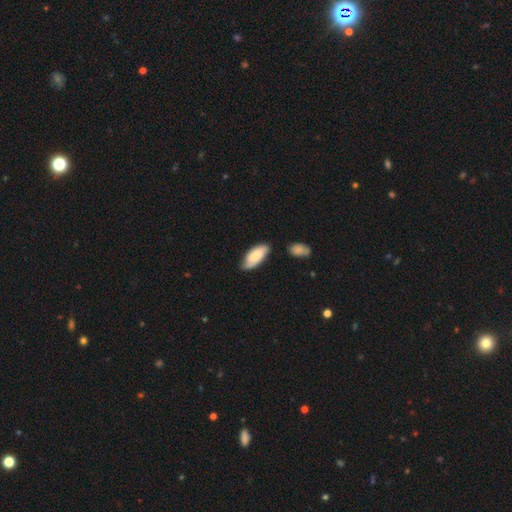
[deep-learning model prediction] A smooth galaxy with no disk features (63%) that is in between round and cigar-shaped (86%). Merging: none (67%).